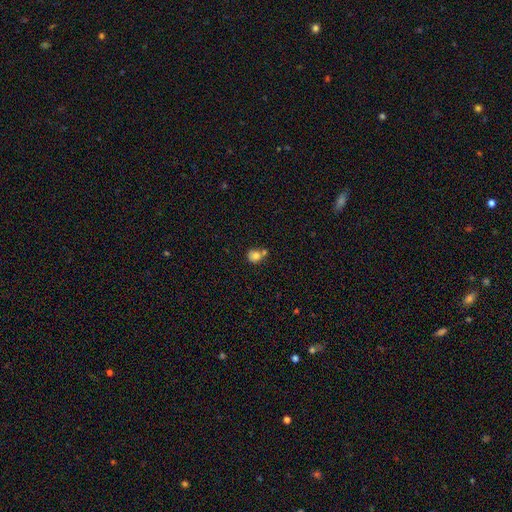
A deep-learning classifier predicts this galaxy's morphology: A smooth galaxy with no disk features (79%) that is round (77%).

Vote fractions:
- Smooth or featured? smooth: 79% / featured or disk: 11% / star or artifact: 10%
- How rounded? round: 77% / in between: 22% / cigar-shaped: 1%
- Merging? none: 50% / merger: 31% / minor disturbance: 14% / major disturbance: 5%